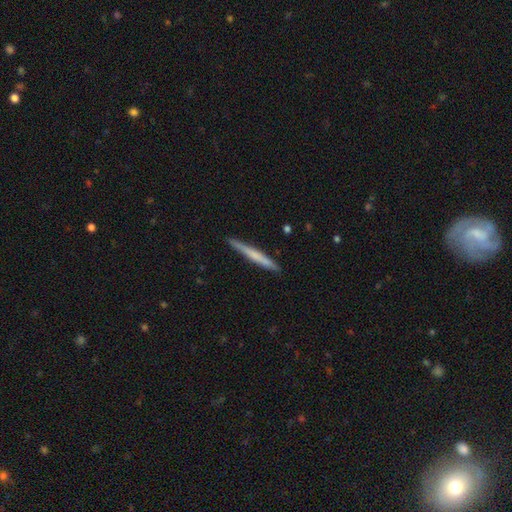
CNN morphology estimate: smooth_or_featured: smooth (p=0.55) [alt: featured or disk p=0.40]
how_rounded: cigar-shaped (p=0.97) [alt: in between p=0.02]
merging: none (p=0.90) [alt: minor disturbance p=0.07]